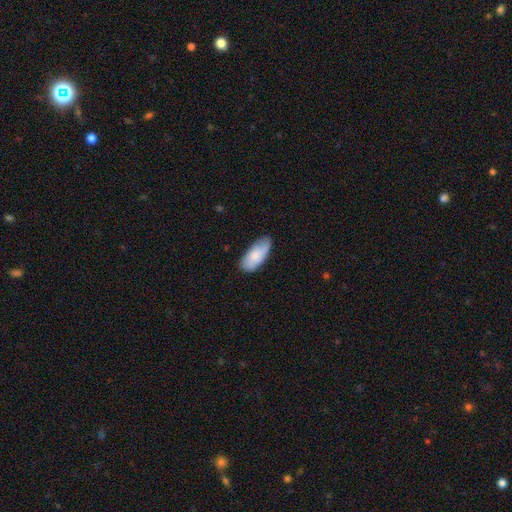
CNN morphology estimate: smooth_or_featured: smooth (p=0.78) [alt: featured or disk p=0.16]
how_rounded: in between (p=0.89) [alt: cigar-shaped p=0.09]
merging: none (p=0.71) [alt: minor disturbance p=0.24]